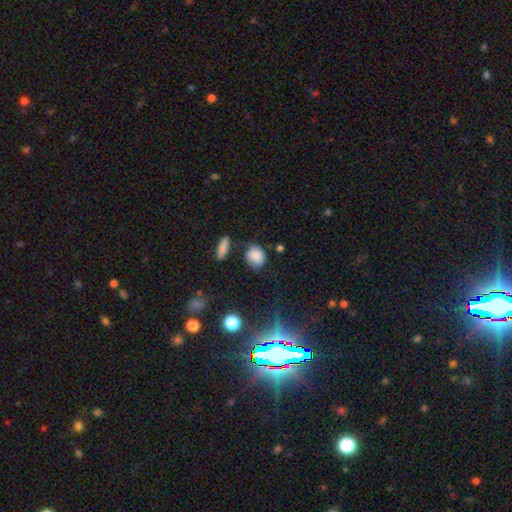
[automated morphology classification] Overall: smooth (79%). How rounded: round (57%; in between 41%). Merging: none (62%; minor disturbance 26%).